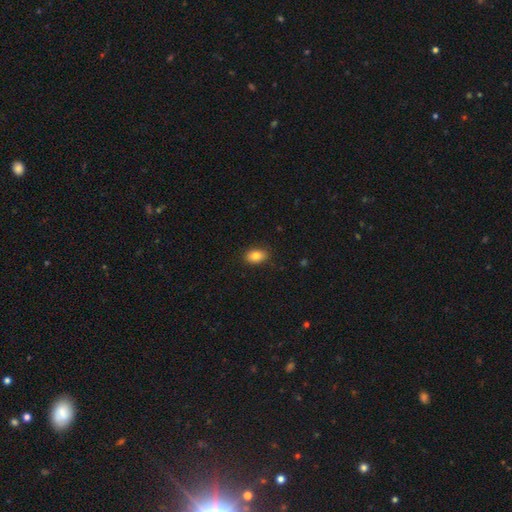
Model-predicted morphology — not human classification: smooth 83%, star or artifact 9%, featured or disk 8%. Down the decision tree: how rounded — in between (83%); merging — none (86%).